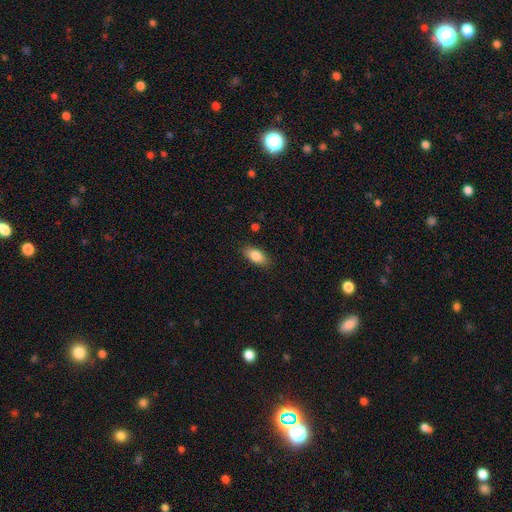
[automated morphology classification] smooth 84%, featured or disk 9%, star or artifact 7%. Down the decision tree: how rounded — in between (88%); merging — none (86%).